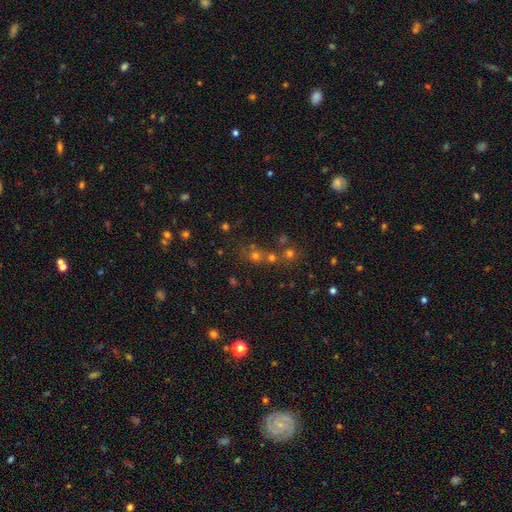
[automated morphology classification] Q: Smooth or featured?
A: smooth (45%); runner-up: star or artifact (44%)
Q: Merging?
A: none (57%); runner-up: merger (31%)